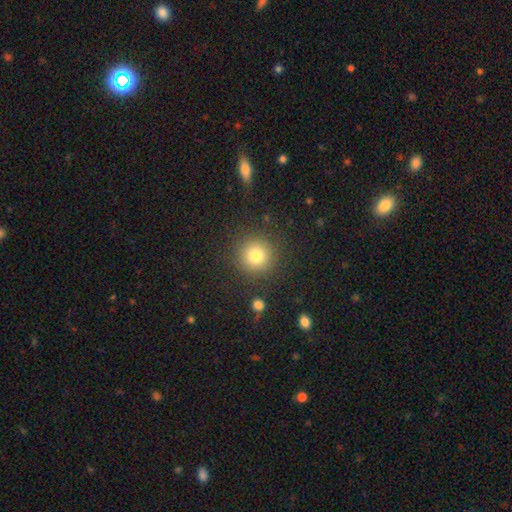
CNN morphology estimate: A smooth galaxy with no disk features (79%) that is round (94%). Merging: none (88%).